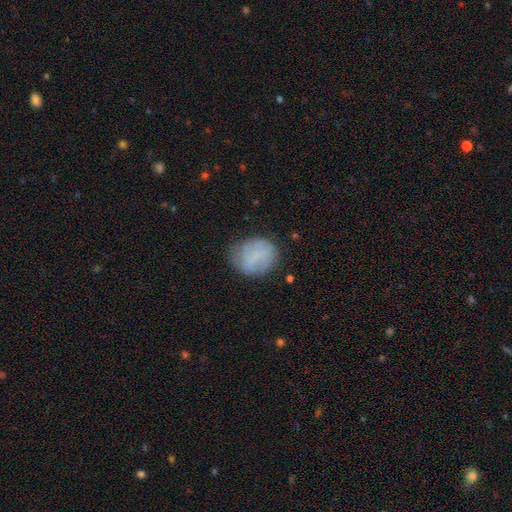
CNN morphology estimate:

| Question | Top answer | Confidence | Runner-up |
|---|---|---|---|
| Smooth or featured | smooth | 72% | featured or disk (19%) |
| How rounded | round | 61% | in between (38%) |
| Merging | none | 66% | minor disturbance (24%) |